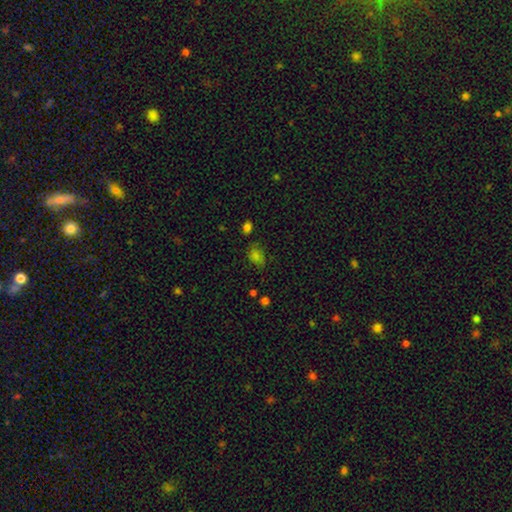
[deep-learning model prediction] Morphology: type=smooth (71%); roundness=in between (75%); merging=none (64%).